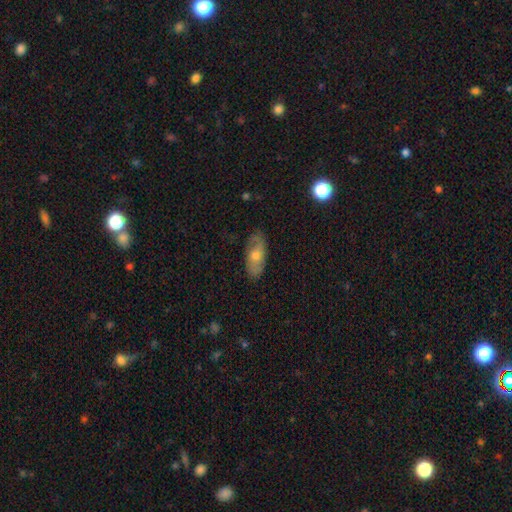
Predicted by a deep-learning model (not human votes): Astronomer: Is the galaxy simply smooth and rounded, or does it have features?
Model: featured or disk — 47% (runner-up: smooth, 45%).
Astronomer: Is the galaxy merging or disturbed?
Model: none — 81%.